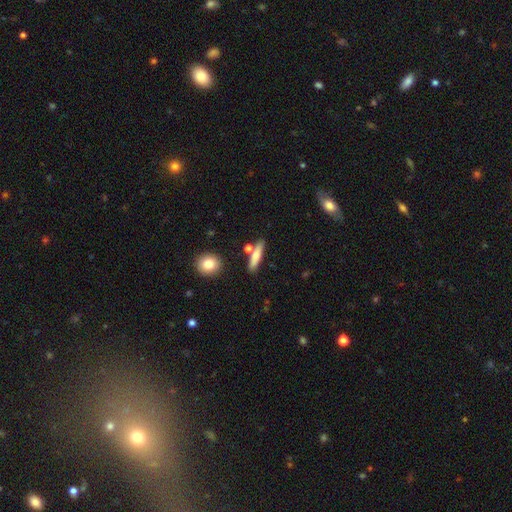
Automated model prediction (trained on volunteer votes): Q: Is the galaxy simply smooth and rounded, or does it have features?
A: smooth — 66%.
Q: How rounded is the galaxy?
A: cigar-shaped — 73%.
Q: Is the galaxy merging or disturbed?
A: none — 77%.